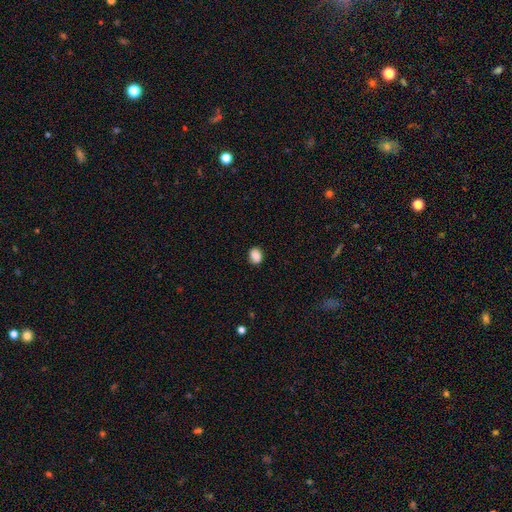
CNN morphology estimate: Smooth or featured?
  - smooth: 87% *
  - star or artifact: 9%
  - featured or disk: 4%
How rounded?
  - round: 50% *
  - in between: 49%
  - cigar-shaped: 1%
Merging?
  - none: 86% *
  - minor disturbance: 10%
  - major disturbance: 2%
  - merger: 1%